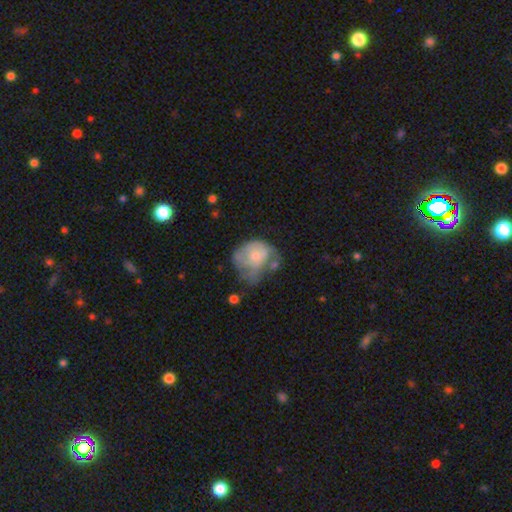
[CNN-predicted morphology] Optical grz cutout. It shows a smooth galaxy with no disk features (54%) that is round (54%). Merging: major disturbance (37%).